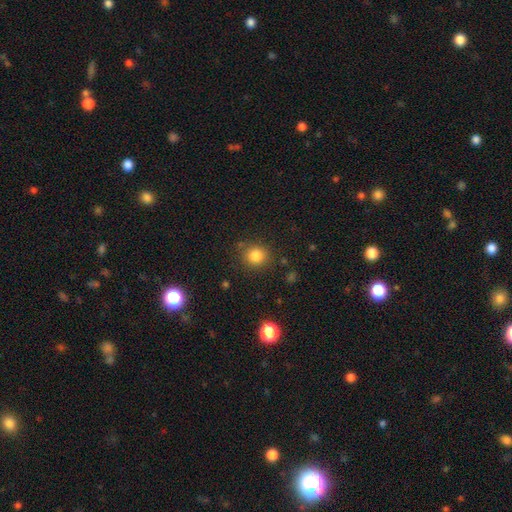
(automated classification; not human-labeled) Morphology: type=smooth (83%); roundness=round (85%); merging=none (83%).